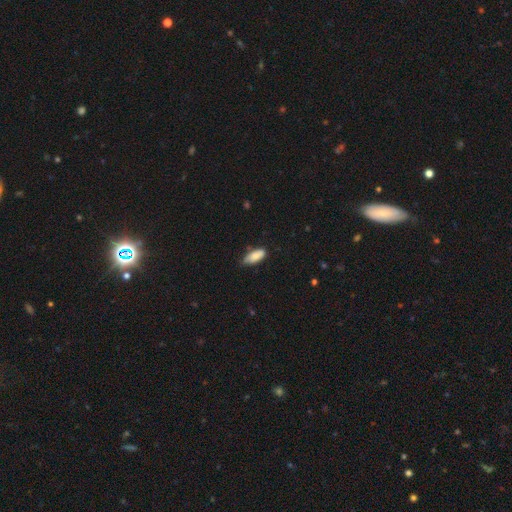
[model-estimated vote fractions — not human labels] This is clearly a smooth galaxy (82%). How rounded: clearly in between (81%). Merging: possibly none (56%).